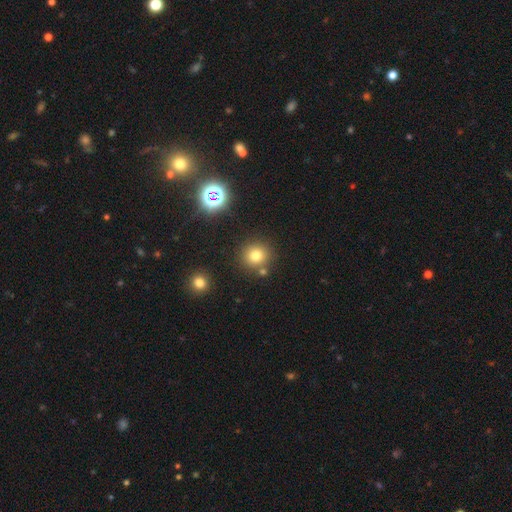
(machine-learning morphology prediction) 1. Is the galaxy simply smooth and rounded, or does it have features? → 76% smooth, 16% star or artifact, 7% featured or disk.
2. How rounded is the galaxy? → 91% round, 8% in between, 1% cigar-shaped.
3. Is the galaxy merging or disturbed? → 81% none, 9% merger, 8% minor disturbance, 3% major disturbance.